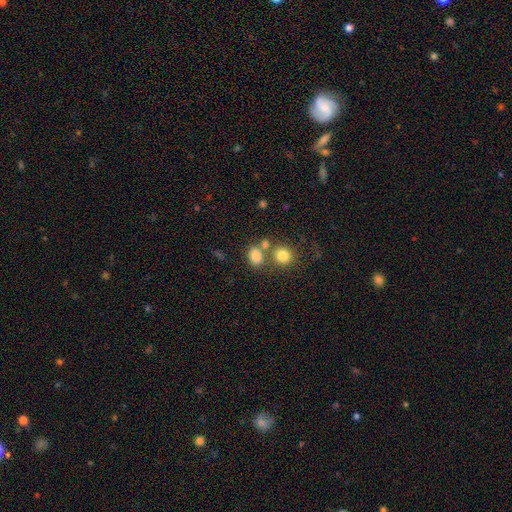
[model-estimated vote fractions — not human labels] Morphology: type=smooth (80%); roundness=in between (61%); merging=none (55%).